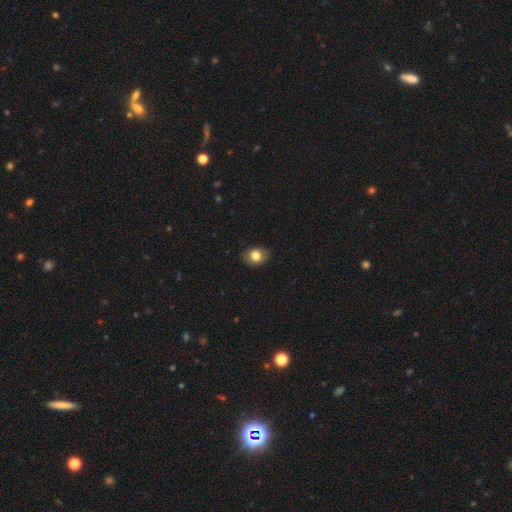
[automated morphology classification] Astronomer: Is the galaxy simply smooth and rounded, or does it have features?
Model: smooth — 81%.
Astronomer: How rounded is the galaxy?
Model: in between — 61% (runner-up: round, 38%).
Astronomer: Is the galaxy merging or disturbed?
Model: none — 86%.